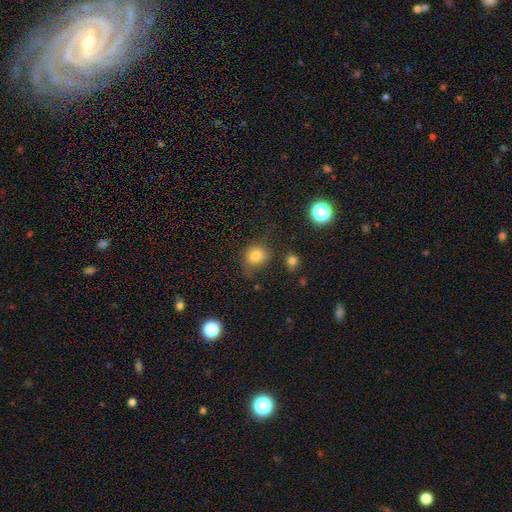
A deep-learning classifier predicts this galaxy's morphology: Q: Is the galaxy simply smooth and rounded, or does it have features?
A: smooth — 77%.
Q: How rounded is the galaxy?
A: round — 76%.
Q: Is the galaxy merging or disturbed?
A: none — 64%.